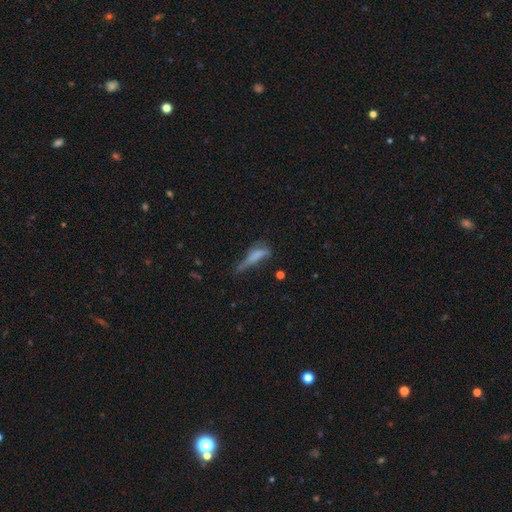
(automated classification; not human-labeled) This is possibly a smooth galaxy (60%). How rounded: likely cigar-shaped (67%). Merging: marginally major disturbance (32%).